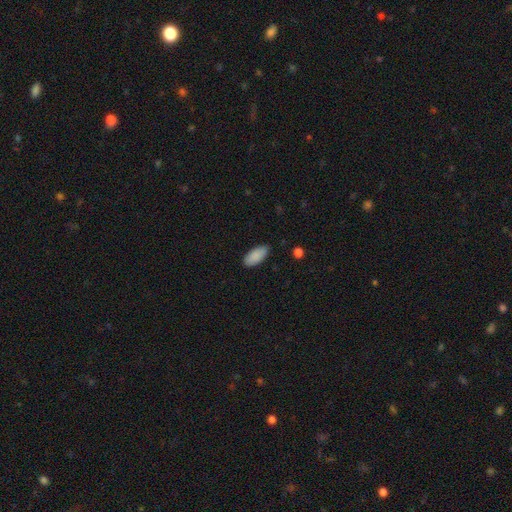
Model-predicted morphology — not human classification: This appears to be a smooth galaxy with no disk features (89%) that is in between round and cigar-shaped (89%). Merging: none (85%).